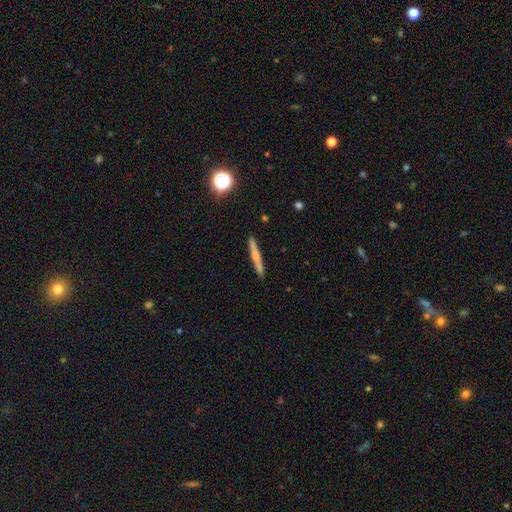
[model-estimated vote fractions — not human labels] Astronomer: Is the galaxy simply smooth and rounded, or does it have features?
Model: smooth — 55% (runner-up: featured or disk, 37%).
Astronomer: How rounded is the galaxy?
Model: cigar-shaped — 94%.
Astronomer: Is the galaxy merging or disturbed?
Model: none — 89%.